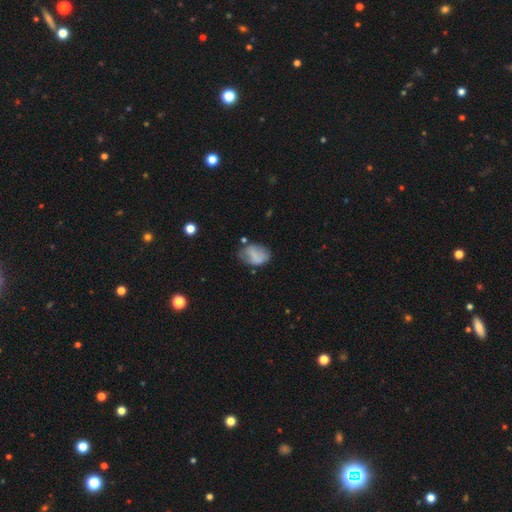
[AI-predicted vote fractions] smooth-or-featured: smooth: 68% | featured or disk: 23% | star or artifact: 9%
  how-rounded: in between: 81% | round: 17% | cigar-shaped: 2%
  merging: none: 51% | minor disturbance: 31% | major disturbance: 13% | merger: 5%